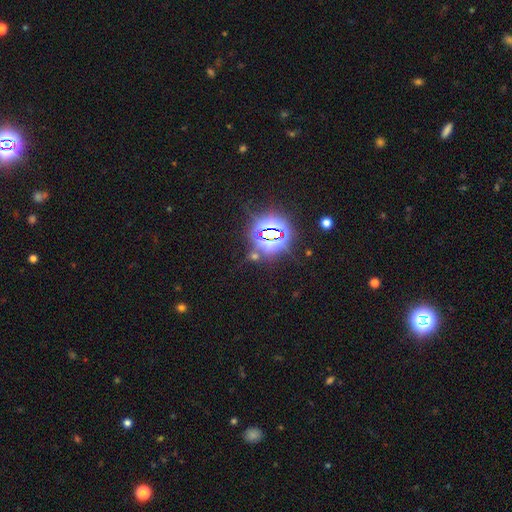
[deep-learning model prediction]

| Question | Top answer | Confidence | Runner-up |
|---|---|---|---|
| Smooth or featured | star or artifact | 82% | smooth (11%) |